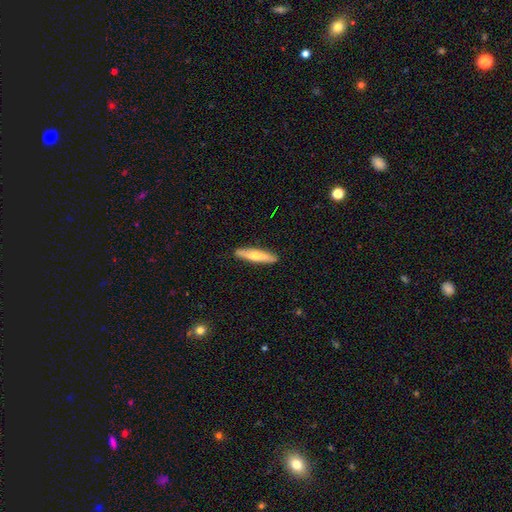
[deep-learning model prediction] Smooth or featured? Predicted: smooth (p=0.62). How rounded? Predicted: cigar-shaped (p=0.87). Merging? Predicted: none (p=0.89).